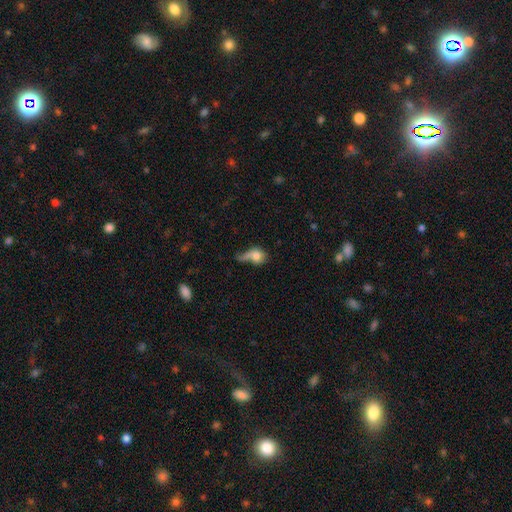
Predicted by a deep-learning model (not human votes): A smooth galaxy with no disk features (69%) that is round (50%).

Vote fractions:
- Smooth or featured? smooth: 69% / featured or disk: 21% / star or artifact: 10%
- How rounded? round: 50% / in between: 46% / cigar-shaped: 5%
- Merging? major disturbance: 37% / none: 23% / minor disturbance: 21% / merger: 18%